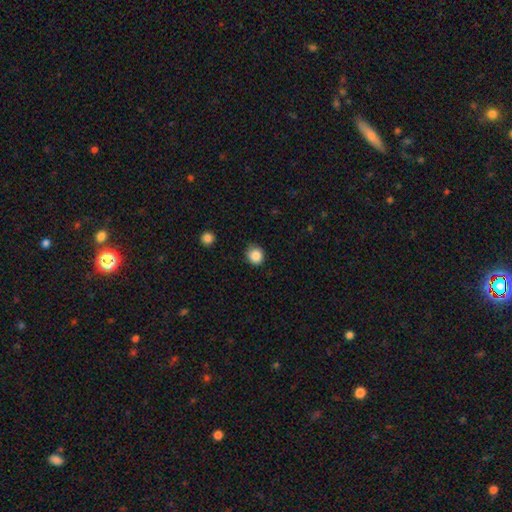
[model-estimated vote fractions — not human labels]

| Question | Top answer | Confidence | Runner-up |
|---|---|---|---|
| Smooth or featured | smooth | 86% | star or artifact (10%) |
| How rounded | round | 86% | in between (14%) |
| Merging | none | 84% | minor disturbance (12%) |